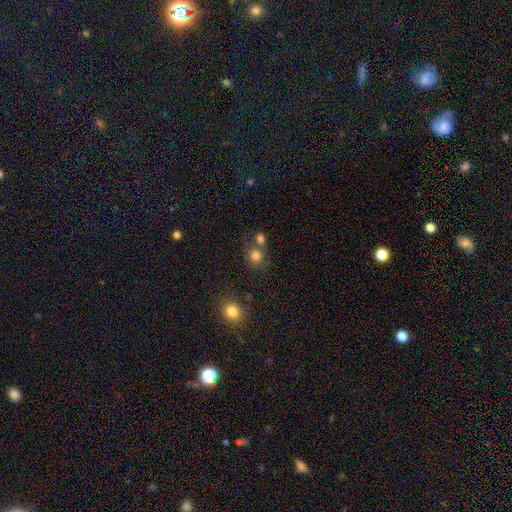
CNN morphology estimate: Overall: smooth (79%). How rounded: round (86%). Merging: none (59%; merger 29%).